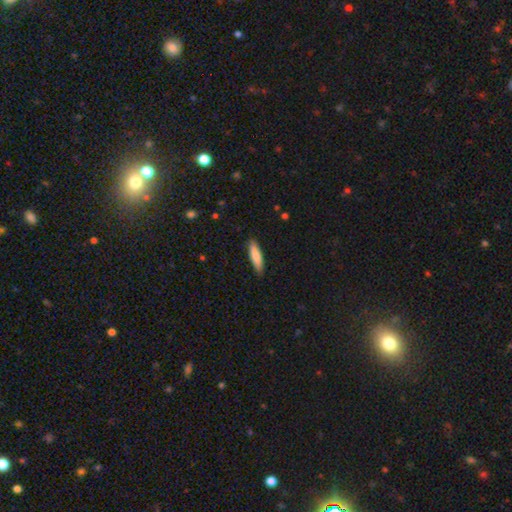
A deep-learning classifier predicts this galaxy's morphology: This is clearly a smooth galaxy (84%). How rounded: likely cigar-shaped (70%). Merging: clearly none (87%).